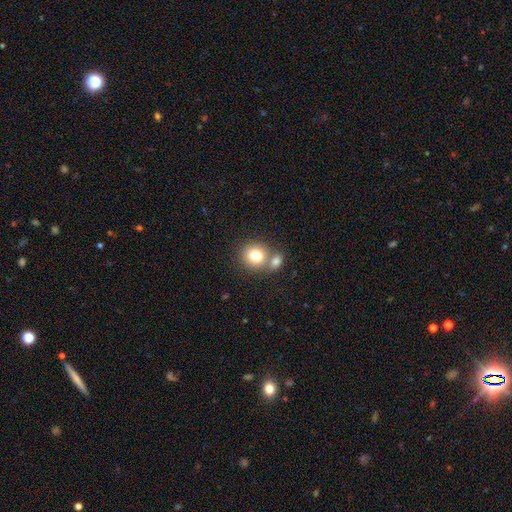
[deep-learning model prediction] Smooth or featured?
  - smooth: 78% *
  - featured or disk: 12%
  - star or artifact: 10%
How rounded?
  - round: 82% *
  - in between: 17%
  - cigar-shaped: 1%
Merging?
  - none: 50% *
  - merger: 39%
  - minor disturbance: 8%
  - major disturbance: 3%